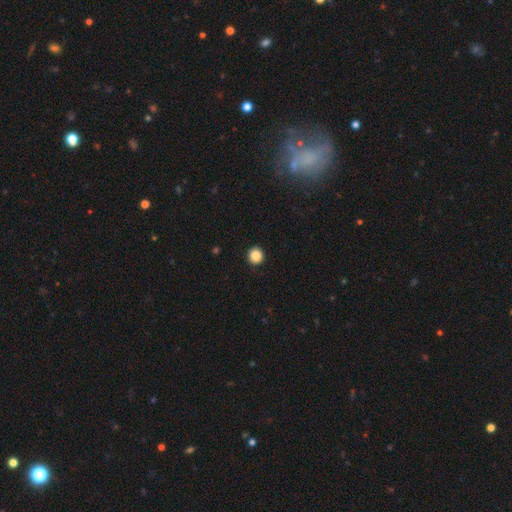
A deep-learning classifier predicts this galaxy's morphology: This appears to be a smooth galaxy with no disk features (88%) that is round (92%). Merging: none (92%).